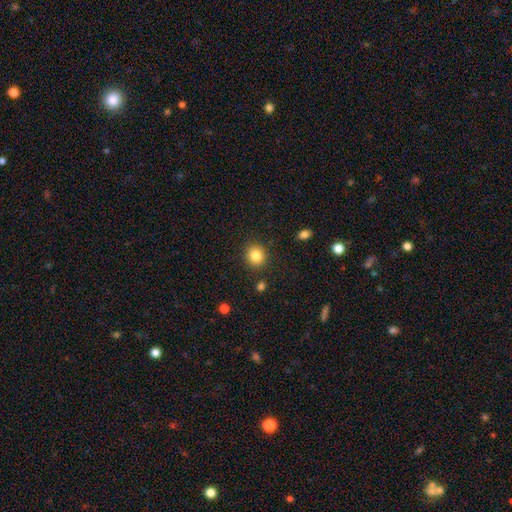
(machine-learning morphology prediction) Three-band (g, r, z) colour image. It shows a smooth galaxy with no disk features (84%) that is round (86%). Merging: none (89%).